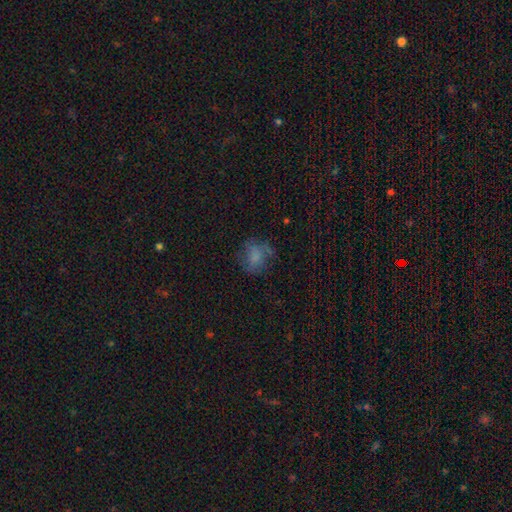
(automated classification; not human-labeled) The model was most divided on "how rounded": round: 65%, in between: 34%, cigar-shaped: 1%. More confident: smooth or featured — smooth (60%); merging — none (59%).